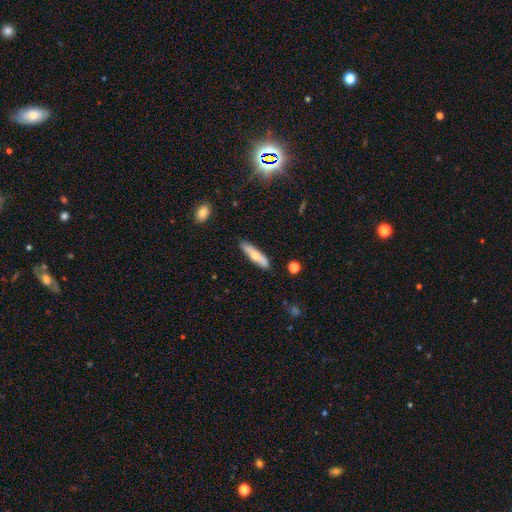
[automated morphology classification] Smooth or featured?
  - smooth: 60% *
  - featured or disk: 34%
  - star or artifact: 6%
How rounded?
  - cigar-shaped: 79% *
  - in between: 19%
  - round: 2%
Merging?
  - none: 81% *
  - minor disturbance: 14%
  - major disturbance: 2%
  - merger: 2%